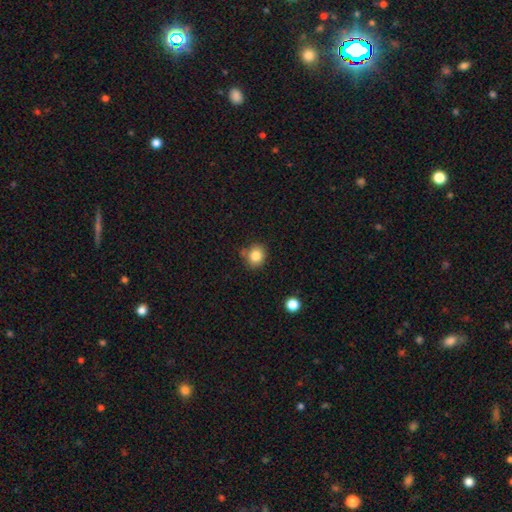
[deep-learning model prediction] Overall: smooth (83%). How rounded: round (82%). Merging: none (75%).